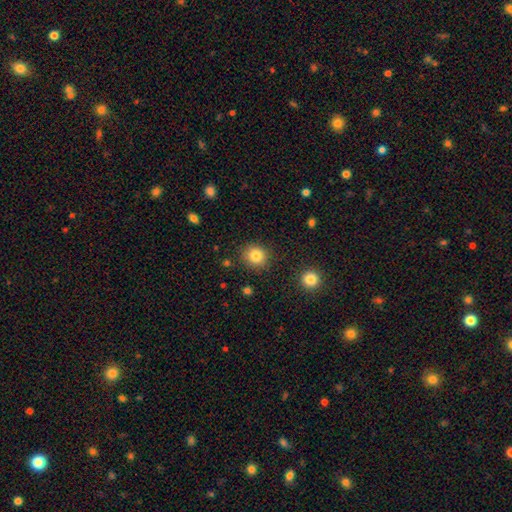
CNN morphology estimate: Smooth or featured: smooth — 82% (star or artifact — 11%)
How rounded: round — 85% (in between — 14%)
Merging: none — 88% (minor disturbance — 7%)